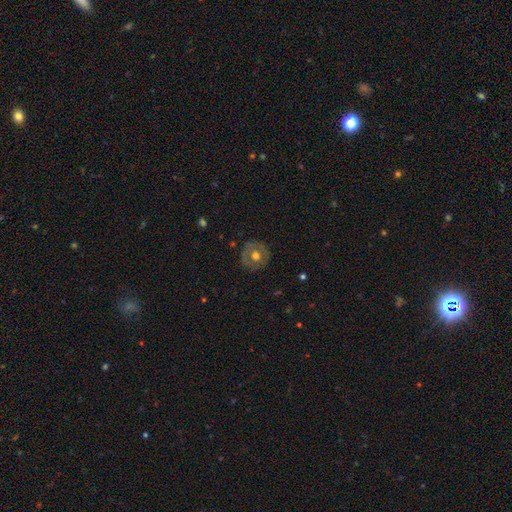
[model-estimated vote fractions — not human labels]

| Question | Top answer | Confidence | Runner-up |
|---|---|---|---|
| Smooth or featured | smooth | 49% | featured or disk (44%) |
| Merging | none | 83% | minor disturbance (12%) |